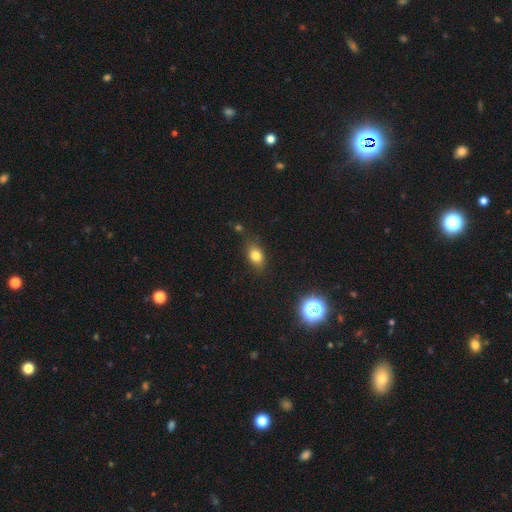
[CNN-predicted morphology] smooth 79%, star or artifact 12%, featured or disk 9%. Down the decision tree: how rounded — in between (73%); merging — none (80%).